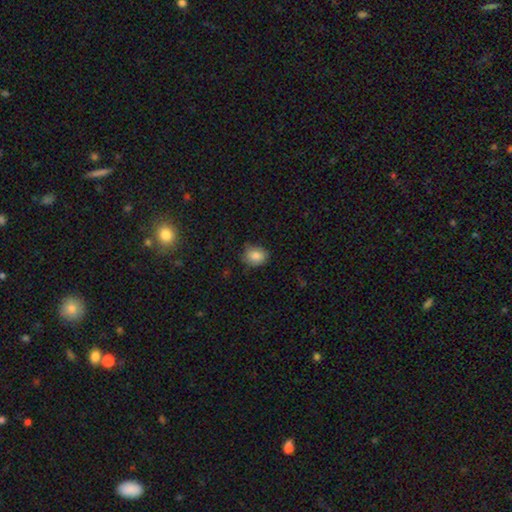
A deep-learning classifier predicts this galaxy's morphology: smooth 84%, star or artifact 9%, featured or disk 7%. Down the decision tree: how rounded — round (53%); merging — none (72%).